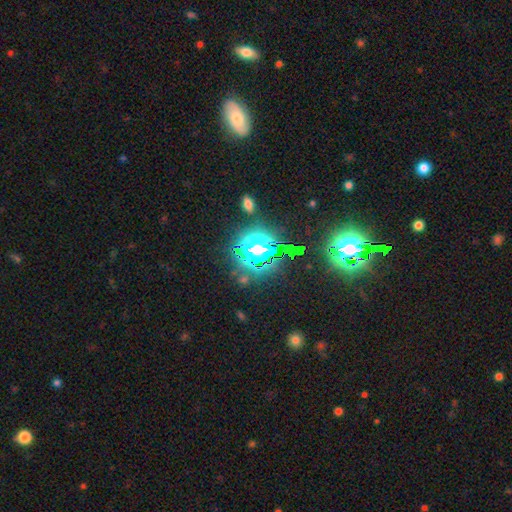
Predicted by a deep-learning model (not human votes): Q: Smooth or featured?
A: star or artifact (80%); runner-up: smooth (12%)